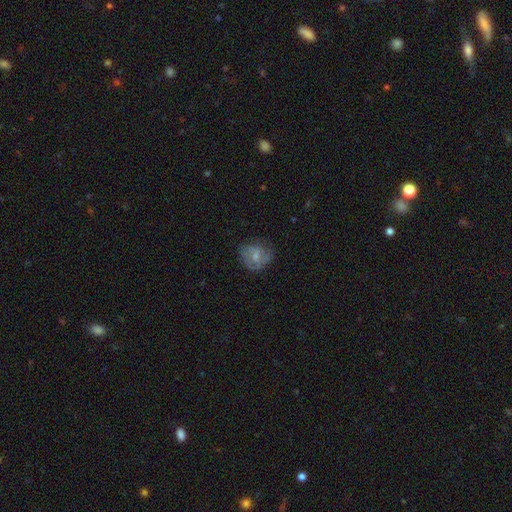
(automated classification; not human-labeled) Smooth or featured? smooth (47%)
Merging? none (60%)